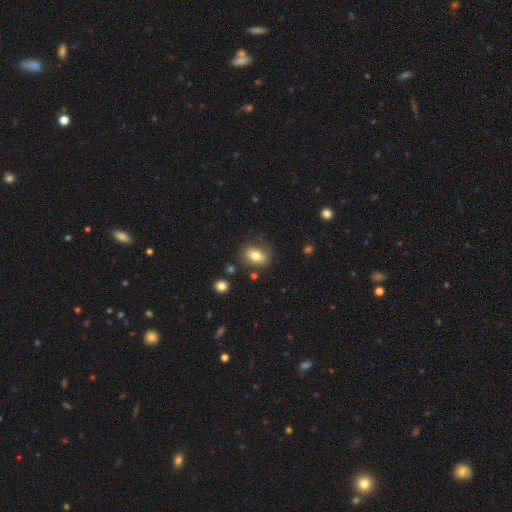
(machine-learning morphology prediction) A smooth galaxy with no disk features (77%) that is in between round and cigar-shaped (79%). Merging: none (77%).